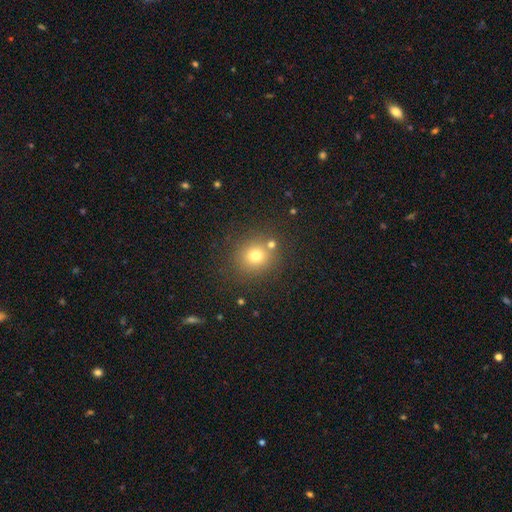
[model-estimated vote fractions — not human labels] Q: Smooth or featured?
A: smooth (73%); runner-up: star or artifact (17%)
Q: How rounded?
A: round (85%); runner-up: in between (14%)
Q: Merging?
A: none (78%); runner-up: merger (10%)